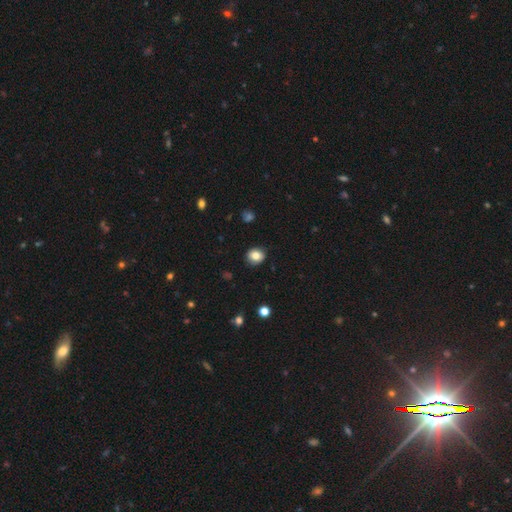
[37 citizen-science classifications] Volunteers were most divided on "how rounded": round: 68%, in between: 32%, cigar-shaped: 0%. More confident: merging — none (88%); smooth or featured — smooth (84%).